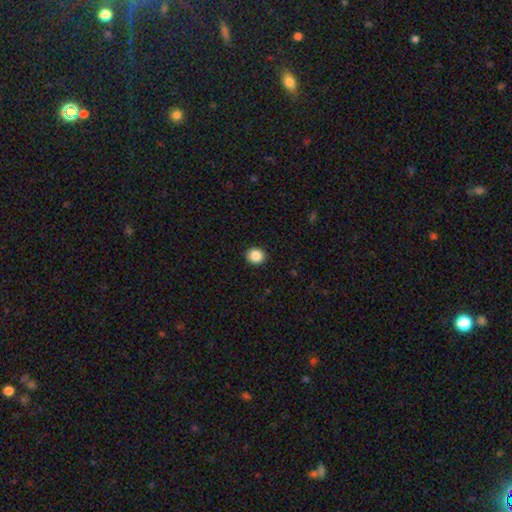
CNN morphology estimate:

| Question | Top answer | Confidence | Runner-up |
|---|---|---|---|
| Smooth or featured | smooth | 87% | star or artifact (9%) |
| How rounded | round | 84% | in between (16%) |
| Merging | none | 92% | minor disturbance (5%) |